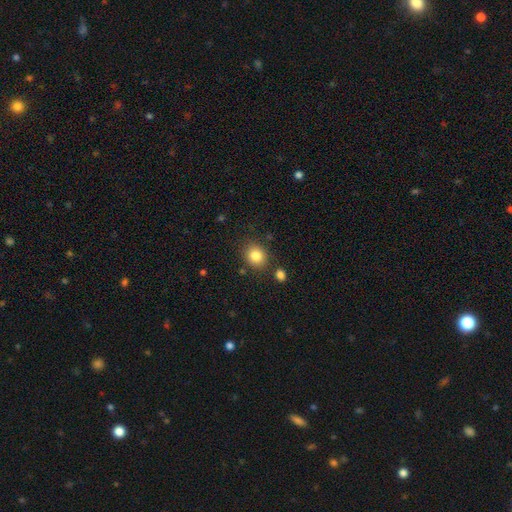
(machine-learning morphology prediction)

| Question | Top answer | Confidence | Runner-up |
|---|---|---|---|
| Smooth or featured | smooth | 83% | star or artifact (11%) |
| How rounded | round | 71% | in between (28%) |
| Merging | none | 82% | minor disturbance (10%) |